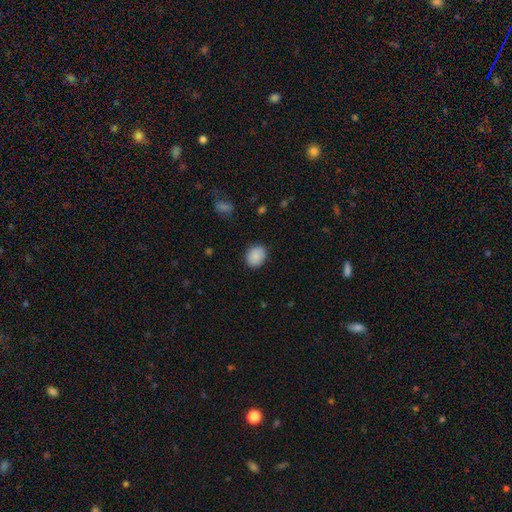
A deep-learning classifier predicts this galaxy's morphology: This appears to be a smooth galaxy with no disk features (88%) that is round (59%). Merging: none (86%).